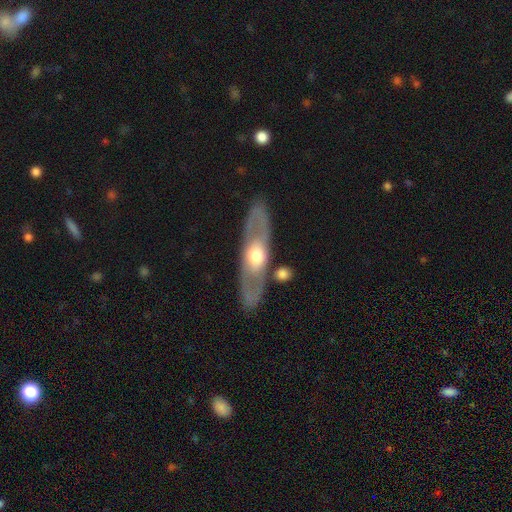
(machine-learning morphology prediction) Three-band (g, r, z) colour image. It shows a featured or disk galaxy (64%). Merging: none (81%).